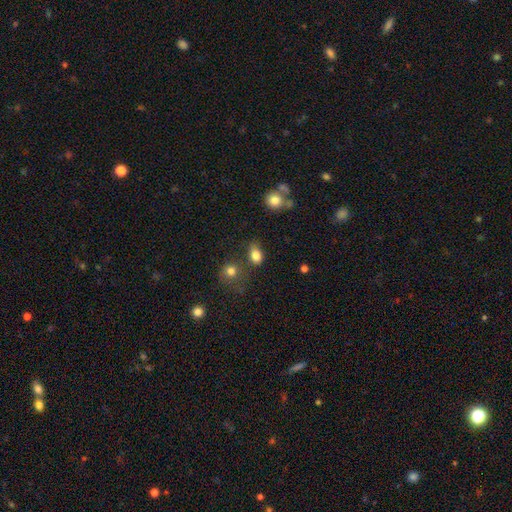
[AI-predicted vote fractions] smooth 83%, star or artifact 10%, featured or disk 7%. Down the decision tree: how rounded — in between (74%); merging — none (52%).